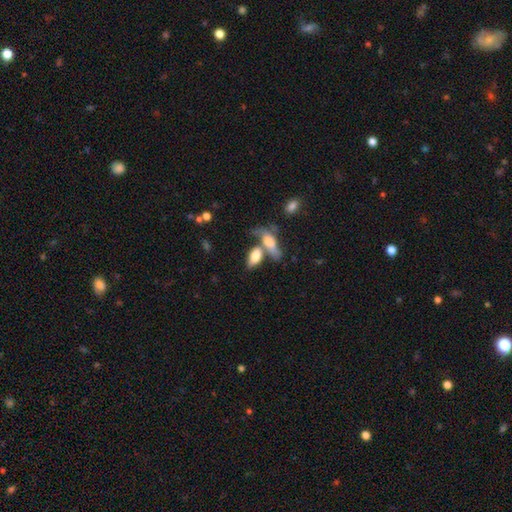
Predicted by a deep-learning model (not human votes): smooth 72%, featured or disk 20%, star or artifact 7%. Down the decision tree: how rounded — in between (83%); merging — merger (47%).